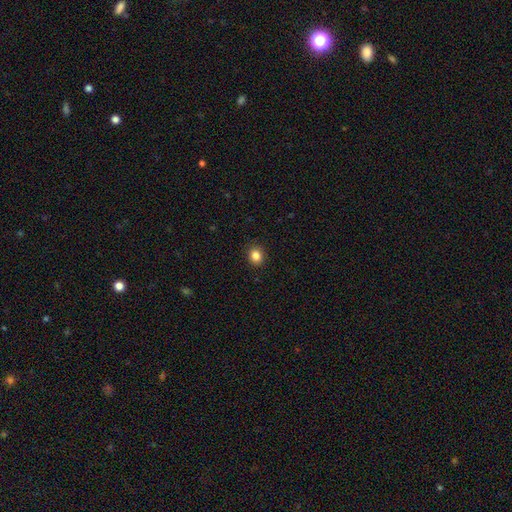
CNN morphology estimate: Smooth or featured?
  - smooth: 85% *
  - star or artifact: 11%
  - featured or disk: 5%
How rounded?
  - round: 72% *
  - in between: 27%
  - cigar-shaped: 1%
Merging?
  - none: 91% *
  - minor disturbance: 6%
  - major disturbance: 2%
  - merger: 1%